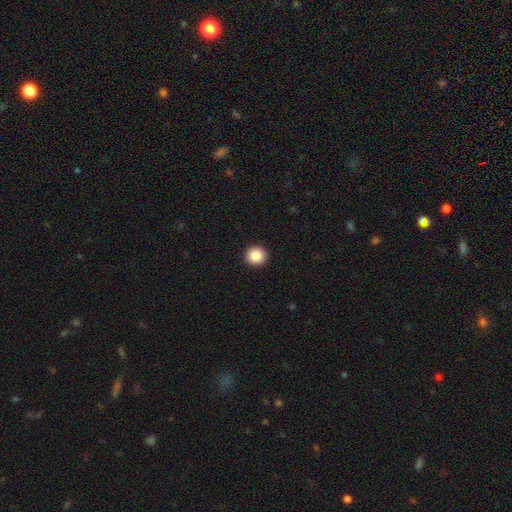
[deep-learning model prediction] This appears to be a smooth galaxy with no disk features (88%) that is round (93%). Merging: none (93%).